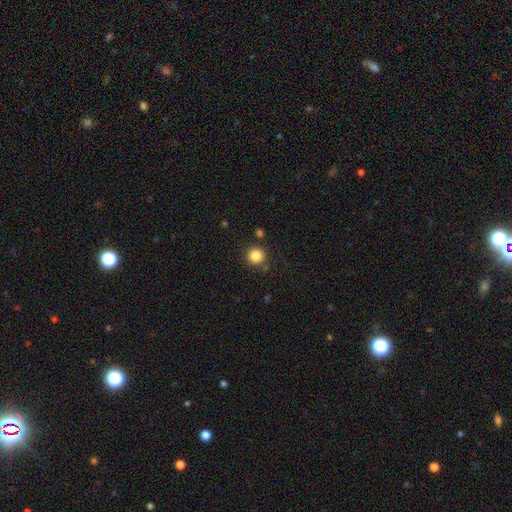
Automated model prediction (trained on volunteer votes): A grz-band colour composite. It shows a smooth galaxy with no disk features (85%) that is round (94%). Merging: none (87%).